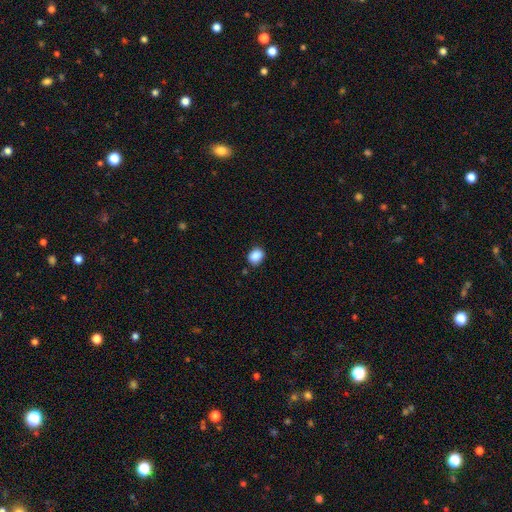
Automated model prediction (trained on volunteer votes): Morphology: type=smooth (88%); roundness=in between (51%); merging=none (83%).